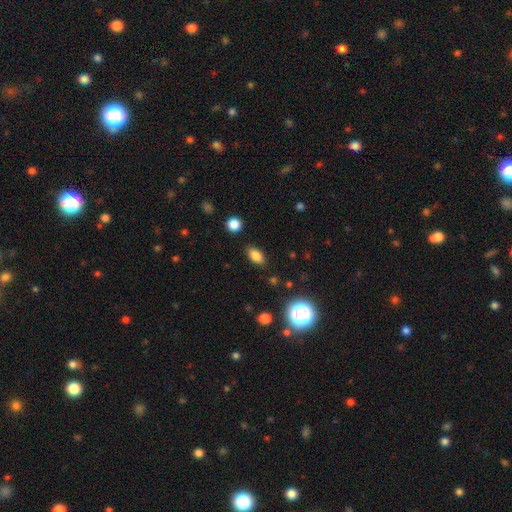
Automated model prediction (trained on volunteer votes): Q: Smooth or featured?
A: smooth (82%); runner-up: star or artifact (12%)
Q: How rounded?
A: in between (87%); runner-up: round (9%)
Q: Merging?
A: none (87%); runner-up: minor disturbance (9%)